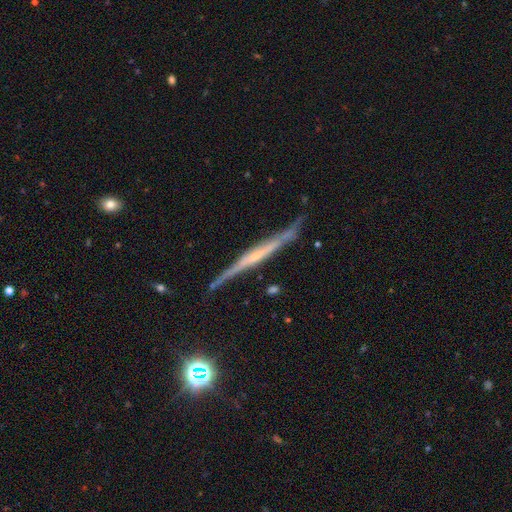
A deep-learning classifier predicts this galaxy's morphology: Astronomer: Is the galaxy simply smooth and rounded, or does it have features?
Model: featured or disk — 76%.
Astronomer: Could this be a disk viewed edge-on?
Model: yes — 95%.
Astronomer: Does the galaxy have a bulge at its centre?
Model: none — 51% (runner-up: rounded, 35%).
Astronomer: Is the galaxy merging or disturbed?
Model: none — 75%.